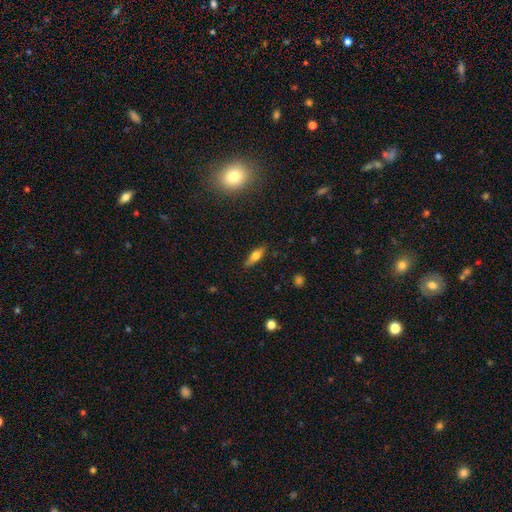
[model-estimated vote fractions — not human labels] A smooth galaxy with no disk features (46%).

Vote fractions:
- Smooth or featured? smooth: 46% / featured or disk: 45% / star or artifact: 8%
- Merging? none: 85% / minor disturbance: 11% / major disturbance: 2% / merger: 1%